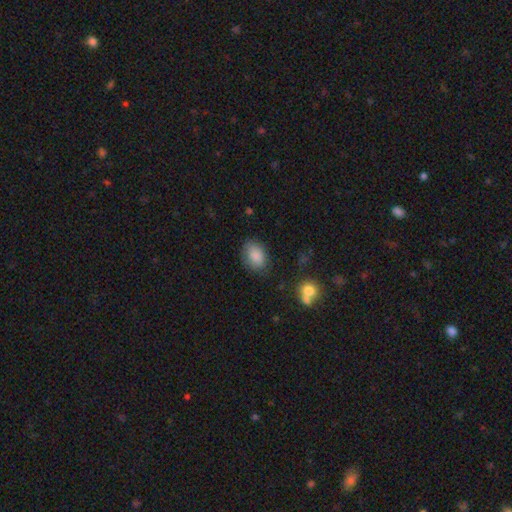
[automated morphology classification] smooth-or-featured: smooth: 87% | star or artifact: 7% | featured or disk: 6%
  how-rounded: in between: 77% | round: 22% | cigar-shaped: 1%
  merging: none: 74% | minor disturbance: 19% | major disturbance: 5% | merger: 2%